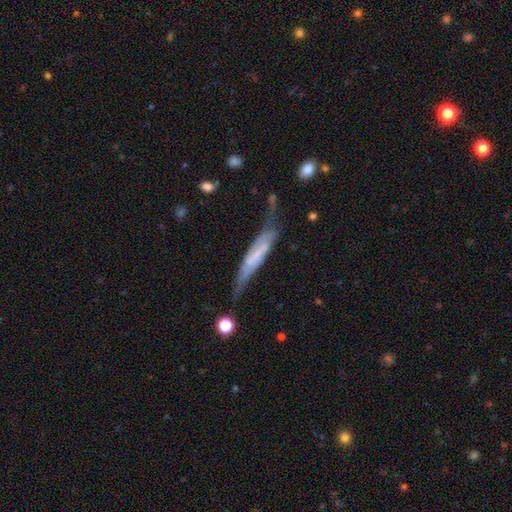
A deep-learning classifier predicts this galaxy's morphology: type=featured or disk (59%); edge-on=yes (67%); merging=none (48%).